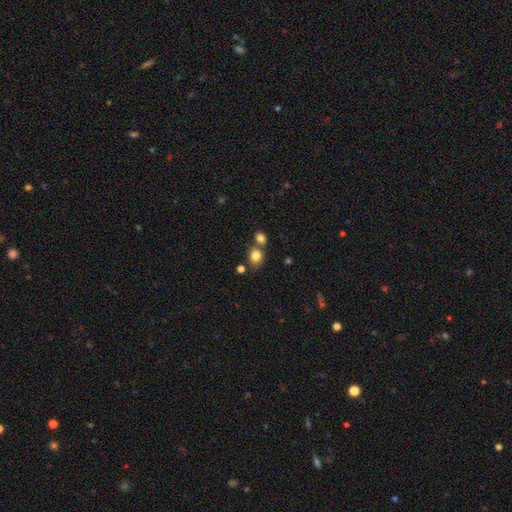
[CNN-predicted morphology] Smooth or featured: smooth — 82% (star or artifact — 11%)
How rounded: round — 64% (in between — 35%)
Merging: none — 59% (merger — 27%)